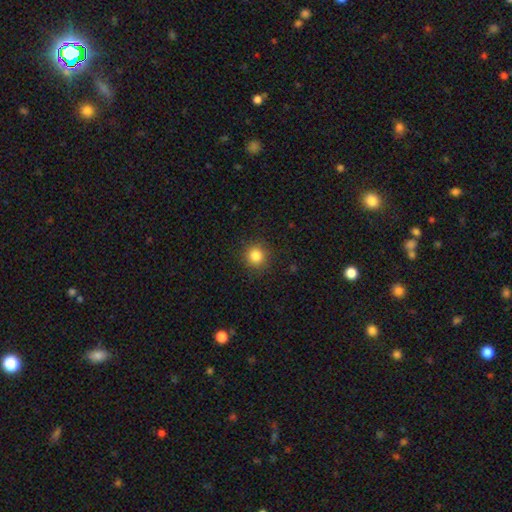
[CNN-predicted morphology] smooth-or-featured: smooth: 84% | star or artifact: 12% | featured or disk: 5%
  how-rounded: round: 93% | in between: 6% | cigar-shaped: 1%
  merging: none: 91% | minor disturbance: 6% | major disturbance: 2% | merger: 1%